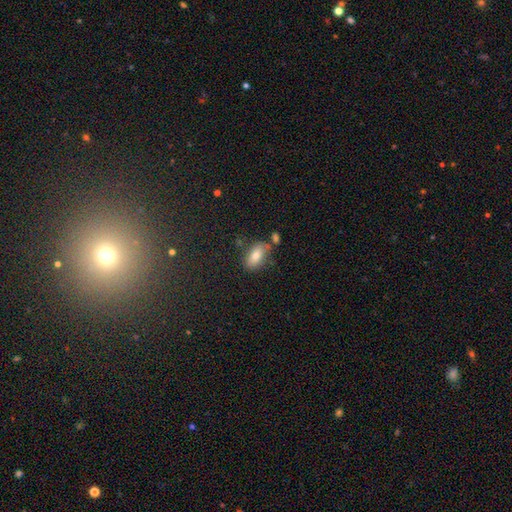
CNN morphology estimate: Q: Smooth or featured?
A: smooth (77%); runner-up: featured or disk (14%)
Q: How rounded?
A: in between (90%); runner-up: cigar-shaped (5%)
Q: Merging?
A: none (67%); runner-up: minor disturbance (17%)